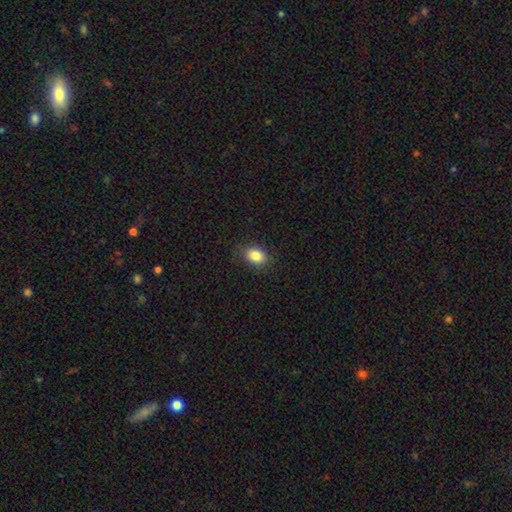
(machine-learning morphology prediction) Overall: smooth (84%). How rounded: in between (72%). Merging: none (86%).